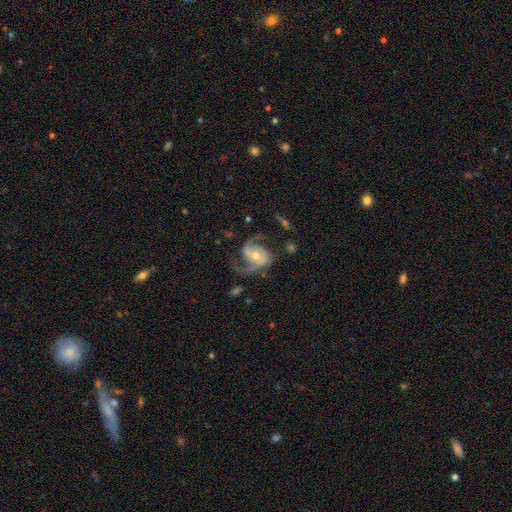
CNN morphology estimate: type=featured or disk (89%); edge-on=no (98%); bar=no (60%); spiral arms=yes (97%); winding=medium (52%); arm count=2 (80%); bulge=moderate (62%); merging=none (59%).